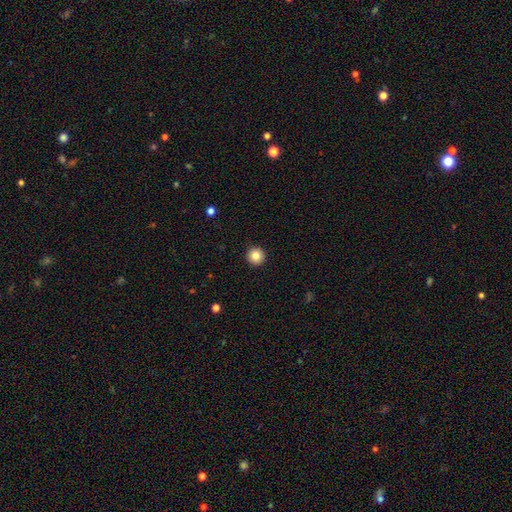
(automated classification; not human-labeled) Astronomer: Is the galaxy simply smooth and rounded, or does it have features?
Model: smooth — 84%.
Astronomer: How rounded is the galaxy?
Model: round — 96%.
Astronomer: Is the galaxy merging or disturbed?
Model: none — 93%.